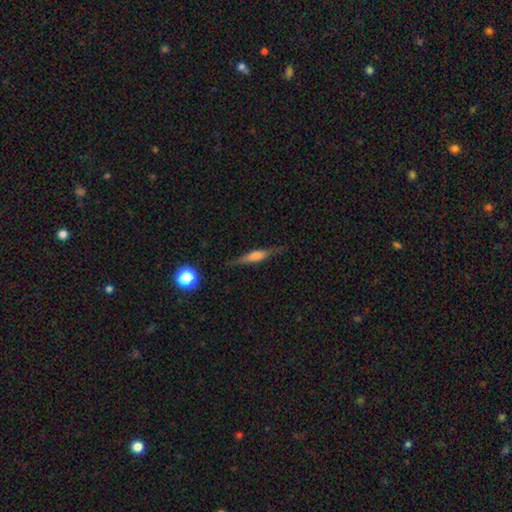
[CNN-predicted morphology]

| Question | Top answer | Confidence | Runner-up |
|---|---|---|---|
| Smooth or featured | featured or disk | 62% | smooth (30%) |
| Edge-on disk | yes | 96% | no (4%) |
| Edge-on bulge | rounded | 68% | boxy (24%) |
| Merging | none | 85% | minor disturbance (11%) |